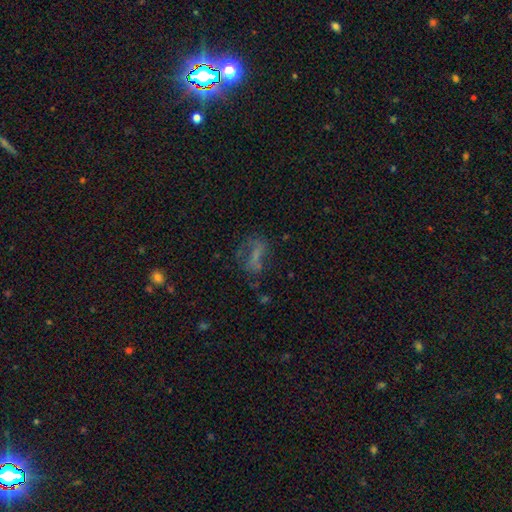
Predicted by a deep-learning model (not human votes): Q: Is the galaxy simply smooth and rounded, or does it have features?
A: smooth — 39%.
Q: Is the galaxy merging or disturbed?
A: none — 43%.